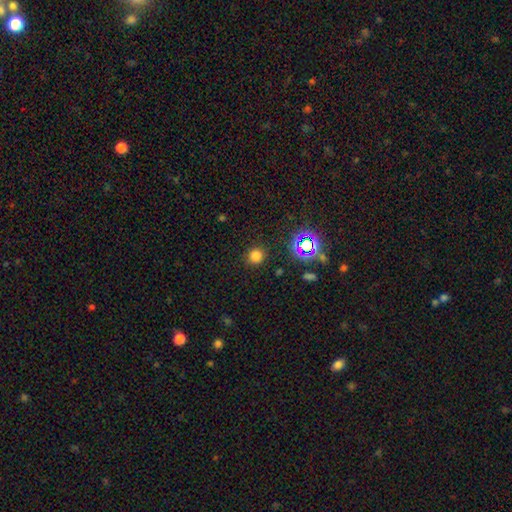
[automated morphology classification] Q: Smooth or featured?
A: smooth (75%); runner-up: star or artifact (20%)
Q: How rounded?
A: round (90%); runner-up: in between (9%)
Q: Merging?
A: none (87%); runner-up: minor disturbance (8%)